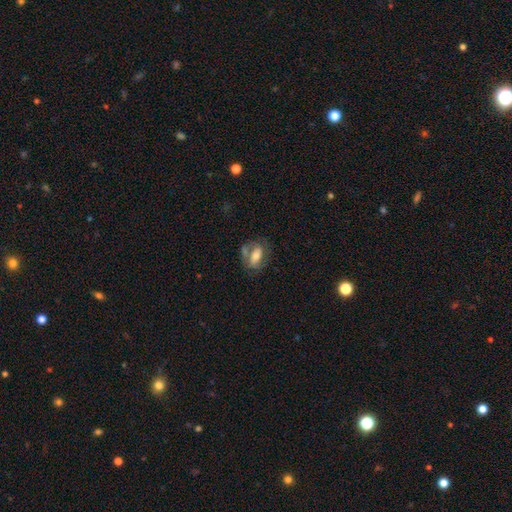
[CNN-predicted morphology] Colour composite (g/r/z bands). It shows a featured or disk galaxy (49%). Merging: none (50%).